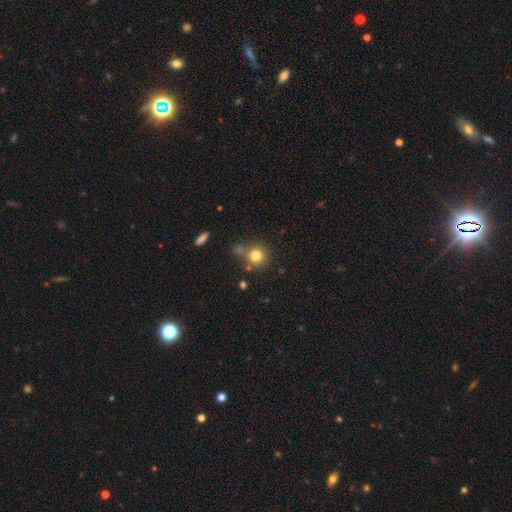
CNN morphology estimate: This appears to be a smooth galaxy with no disk features (79%) that is round (90%). Merging: none (69%).